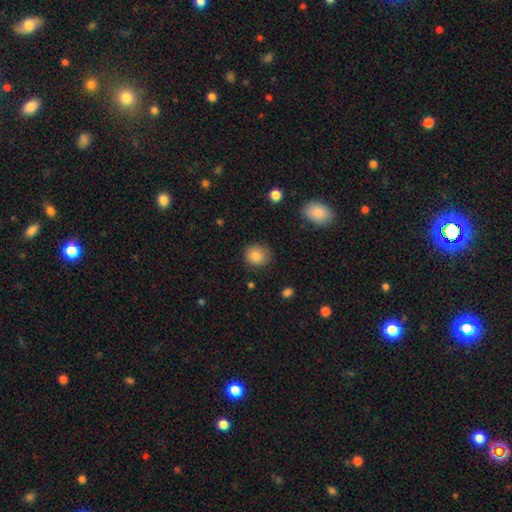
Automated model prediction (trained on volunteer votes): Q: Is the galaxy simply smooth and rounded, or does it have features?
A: smooth — 85%.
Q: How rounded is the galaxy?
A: round — 82%.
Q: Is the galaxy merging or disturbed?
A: none — 85%.